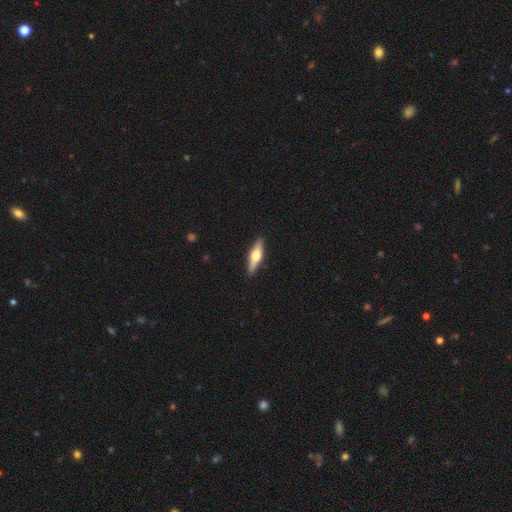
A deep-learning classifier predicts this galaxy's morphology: A featured or disk galaxy (56%) viewed edge-on (94%) with a rounded central bulge (94%).

Vote fractions:
- Smooth or featured? featured or disk: 56% / smooth: 38% / star or artifact: 5%
- Edge-on disk? yes: 94% / no: 6%
- Edge-on bulge? rounded: 94% / boxy: 4% / none: 2%
- Merging? none: 90% / minor disturbance: 7% / major disturbance: 2% / merger: 1%